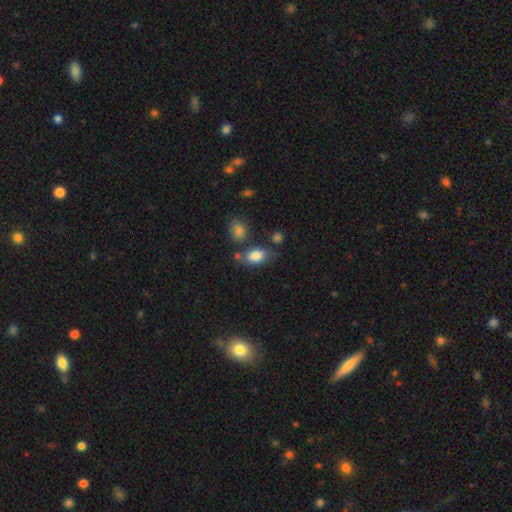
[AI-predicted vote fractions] This is clearly a smooth galaxy (83%). How rounded: clearly in between (87%). Merging: likely none (60%).